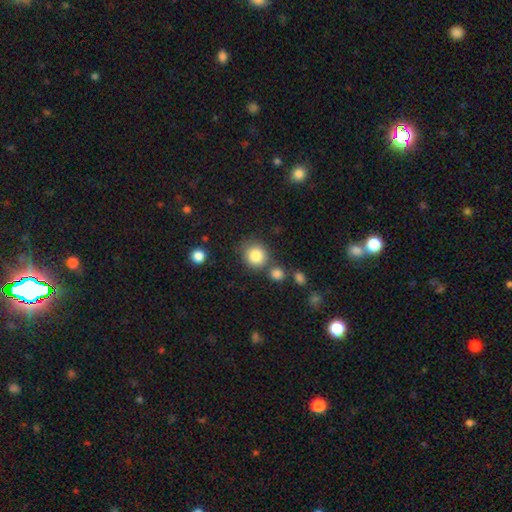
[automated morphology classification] Smooth or featured? smooth (84%)
How rounded? round (85%)
Merging? none (70%)